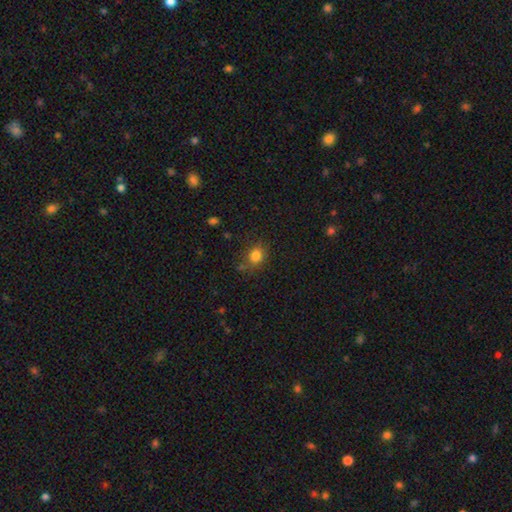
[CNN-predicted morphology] Overall: smooth (82%). How rounded: round (65%; in between 34%). Merging: none (75%).